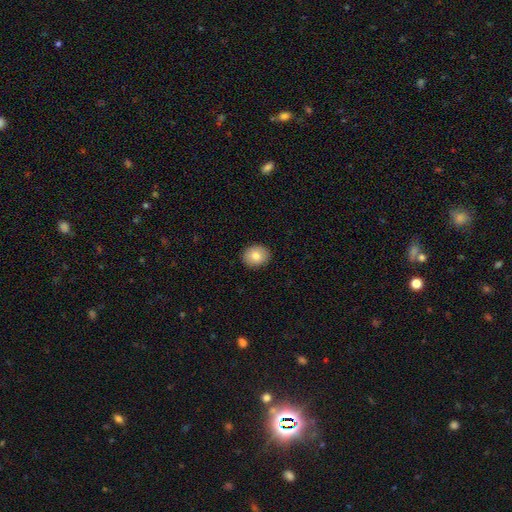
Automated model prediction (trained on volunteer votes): Q: Smooth or featured?
A: smooth (81%); runner-up: featured or disk (11%)
Q: How rounded?
A: round (60%); runner-up: in between (39%)
Q: Merging?
A: none (90%); runner-up: minor disturbance (7%)